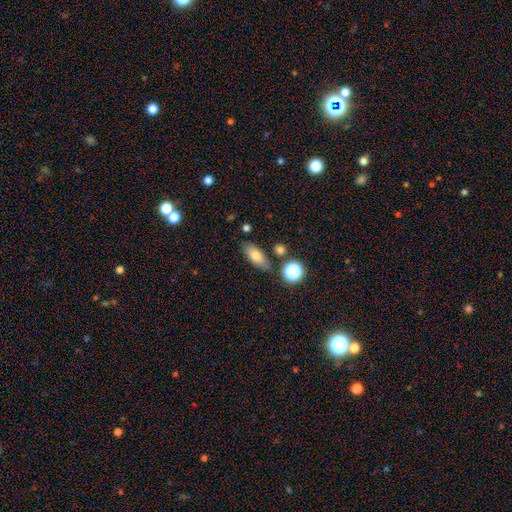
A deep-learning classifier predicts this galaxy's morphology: A smooth galaxy with no disk features (74%) that is in between round and cigar-shaped (78%). Merging: none (76%).